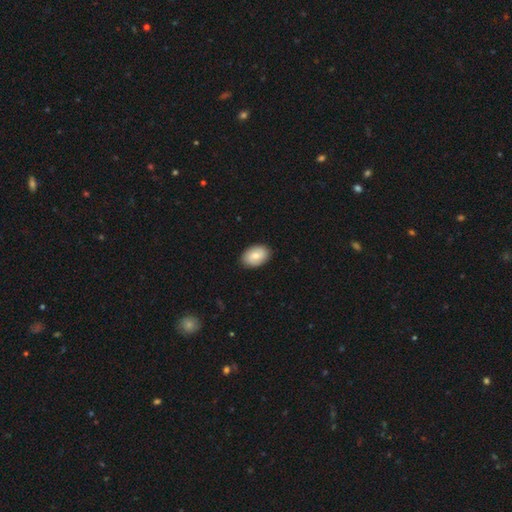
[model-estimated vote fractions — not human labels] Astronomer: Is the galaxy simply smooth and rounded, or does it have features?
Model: smooth — 76%.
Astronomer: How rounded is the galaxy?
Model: in between — 86%.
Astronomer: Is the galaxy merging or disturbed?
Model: none — 89%.